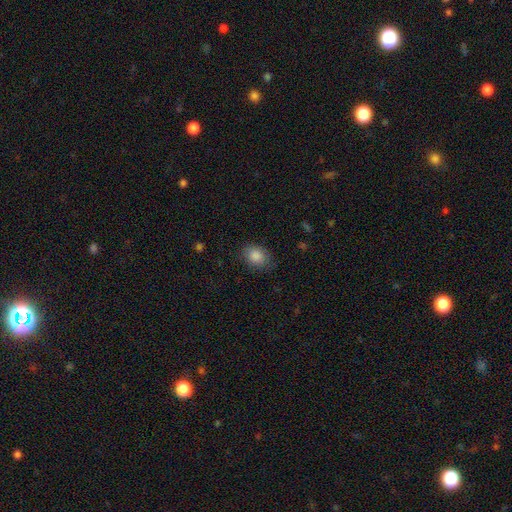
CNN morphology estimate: Smooth or featured: smooth — 86% (star or artifact — 8%)
How rounded: in between — 59% (round — 40%)
Merging: none — 80% (minor disturbance — 15%)